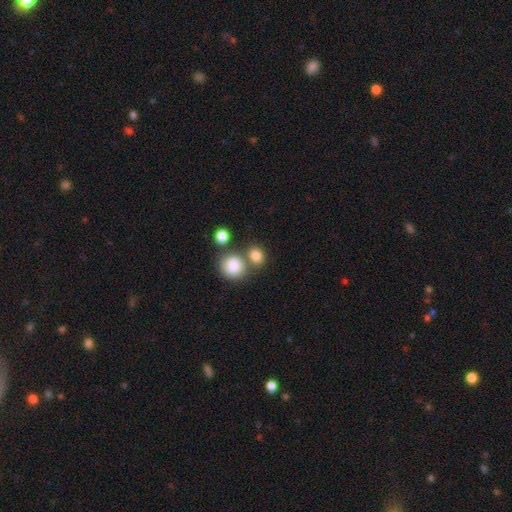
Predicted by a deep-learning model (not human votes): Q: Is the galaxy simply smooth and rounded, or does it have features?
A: smooth — 83%.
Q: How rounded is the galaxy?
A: round — 66%.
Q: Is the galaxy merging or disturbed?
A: none — 54%.